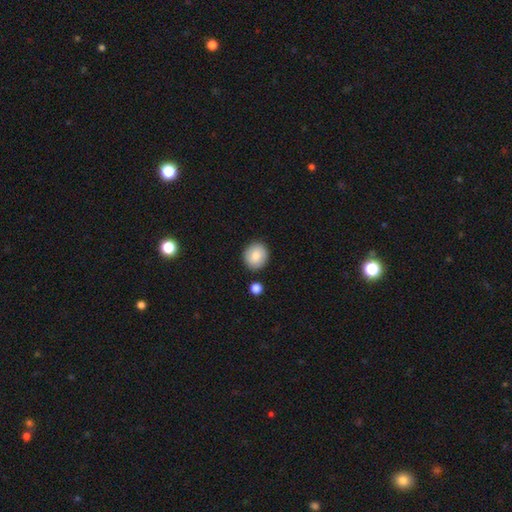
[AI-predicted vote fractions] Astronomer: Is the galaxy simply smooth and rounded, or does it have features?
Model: smooth — 85%.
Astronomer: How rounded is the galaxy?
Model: round — 79%.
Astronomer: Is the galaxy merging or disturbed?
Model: none — 87%.